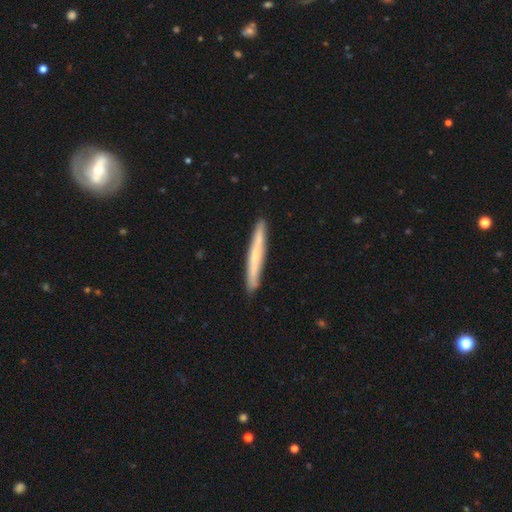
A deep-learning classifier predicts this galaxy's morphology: type=smooth (52%); roundness=cigar-shaped (97%); merging=none (91%).